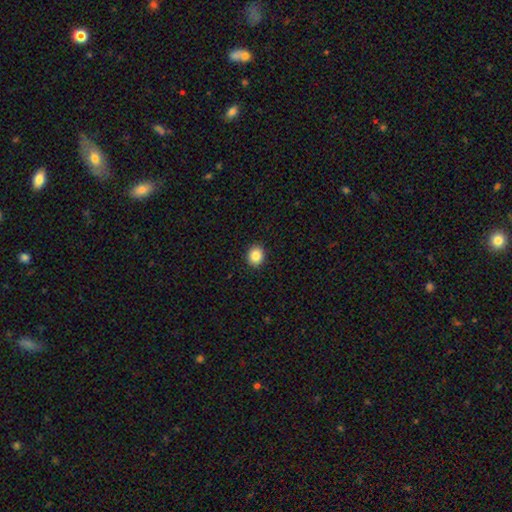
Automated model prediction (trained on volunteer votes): Smooth or featured: smooth — 86% (star or artifact — 9%)
How rounded: round — 73% (in between — 26%)
Merging: none — 92% (minor disturbance — 5%)